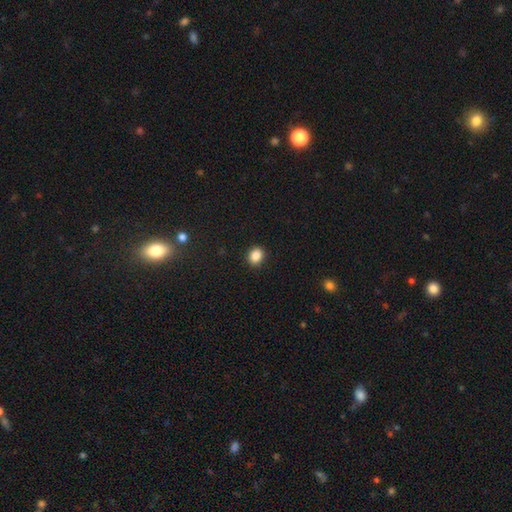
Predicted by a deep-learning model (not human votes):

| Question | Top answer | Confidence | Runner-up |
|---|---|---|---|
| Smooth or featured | smooth | 87% | star or artifact (10%) |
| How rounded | round | 61% | in between (39%) |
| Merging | none | 90% | minor disturbance (7%) |